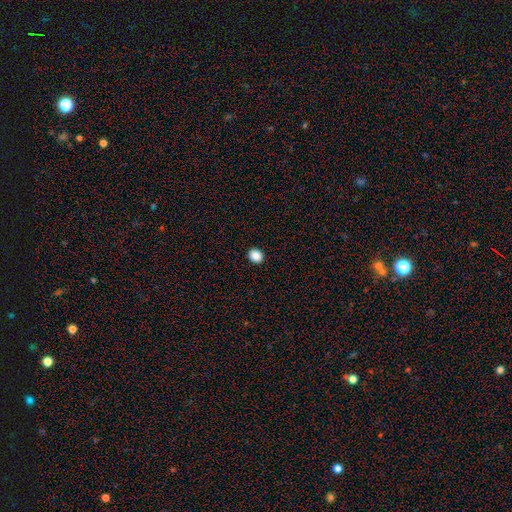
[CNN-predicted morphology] Overall: smooth (88%). How rounded: round (66%; in between 33%). Merging: none (93%).